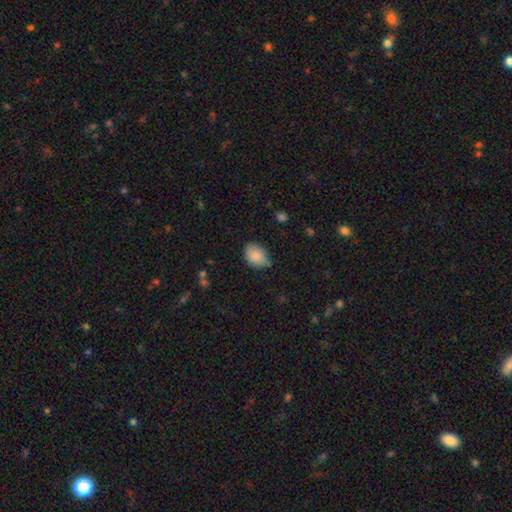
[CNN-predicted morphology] This is clearly a smooth galaxy (84%). How rounded: likely in between (71%). Merging: likely none (67%).